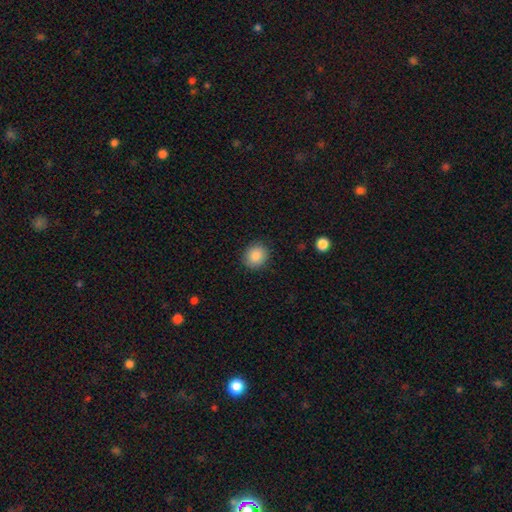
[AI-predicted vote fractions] smooth_or_featured: smooth (p=0.87) [alt: star or artifact p=0.08]
how_rounded: round (p=0.76) [alt: in between p=0.23]
merging: none (p=0.88) [alt: minor disturbance p=0.08]